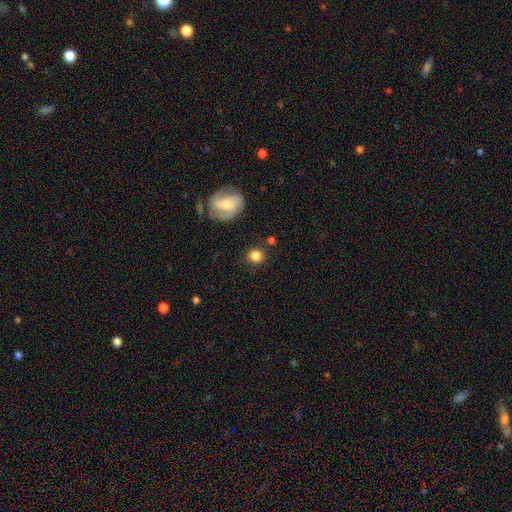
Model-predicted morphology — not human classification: Smooth or featured? Predicted: smooth (p=0.82). How rounded? Predicted: round (p=0.88). Merging? Predicted: none (p=0.83).